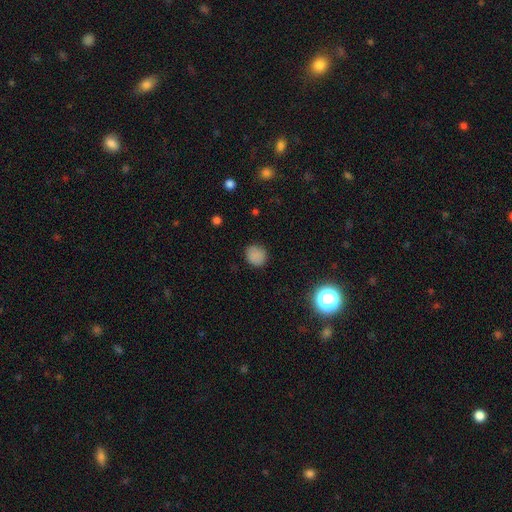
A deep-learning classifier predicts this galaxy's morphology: The model was most divided on "how rounded": round: 81%, in between: 18%, cigar-shaped: 1%. More confident: merging — none (87%); smooth or featured — smooth (84%).